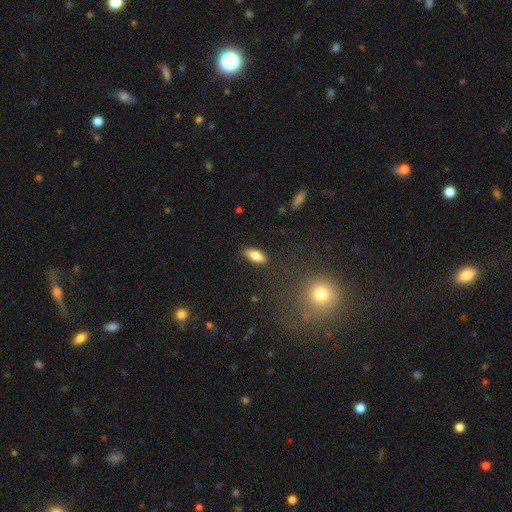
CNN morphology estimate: type=smooth (77%); roundness=in between (75%); merging=none (86%).